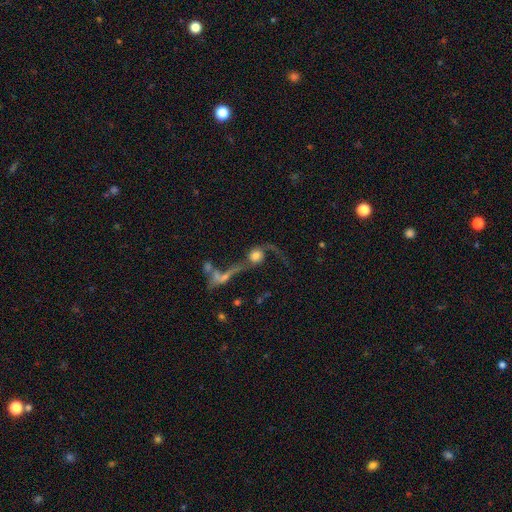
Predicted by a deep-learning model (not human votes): featured or disk 48%, smooth 40%, star or artifact 12%. Down the decision tree: merging — merger (44%).